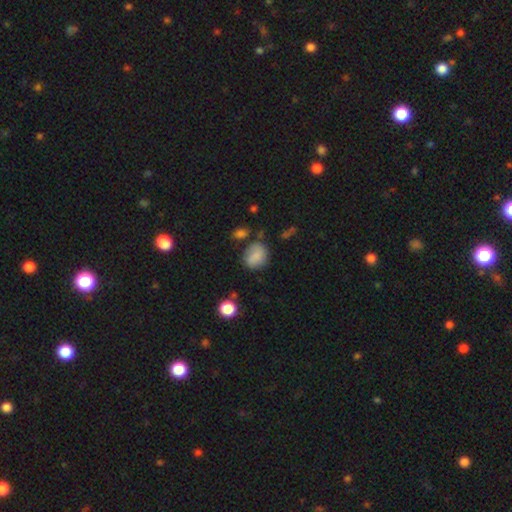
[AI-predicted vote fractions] Morphology: type=smooth (80%); roundness=round (52%); merging=none (59%).